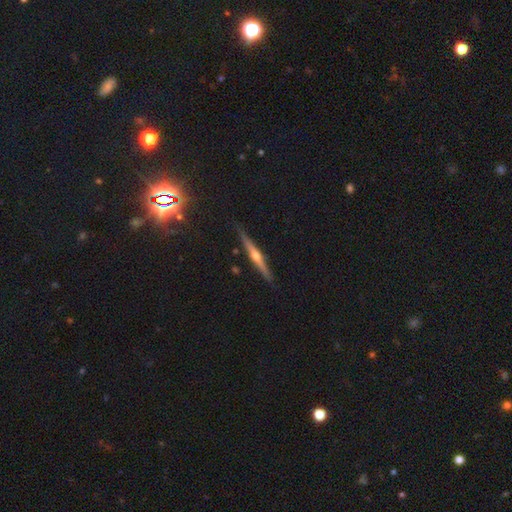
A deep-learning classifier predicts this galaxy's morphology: A featured or disk galaxy (77%) viewed edge-on (98%) with a rounded central bulge (91%).

Vote fractions:
- Smooth or featured? featured or disk: 77% / smooth: 17% / star or artifact: 7%
- Edge-on disk? yes: 98% / no: 2%
- Edge-on bulge? rounded: 91% / none: 6% / boxy: 3%
- Merging? none: 87% / minor disturbance: 9% / major disturbance: 2% / merger: 2%